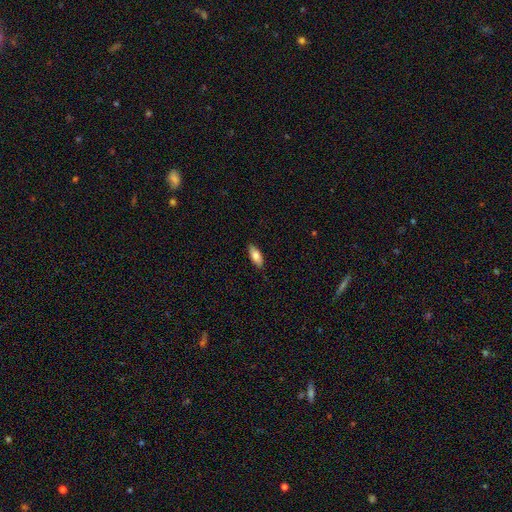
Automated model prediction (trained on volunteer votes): Smooth or featured? Predicted: smooth (p=0.80). How rounded? Predicted: in between (p=0.82). Merging? Predicted: none (p=0.87).